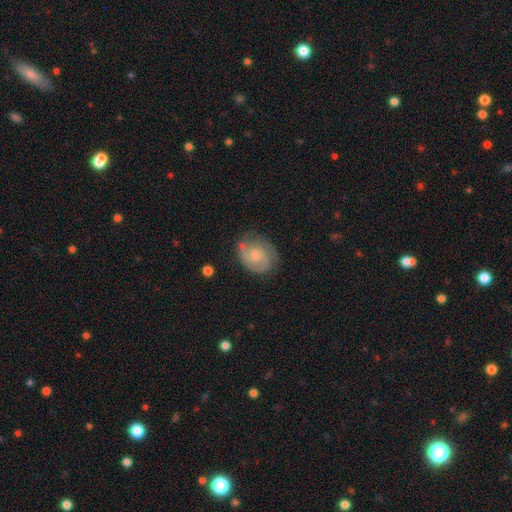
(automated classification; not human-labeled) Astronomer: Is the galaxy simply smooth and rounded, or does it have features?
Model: featured or disk — 71%.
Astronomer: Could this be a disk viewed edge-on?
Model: no — 98%.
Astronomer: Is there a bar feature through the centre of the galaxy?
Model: no — 69%.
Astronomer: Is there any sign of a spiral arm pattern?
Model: yes — 92%.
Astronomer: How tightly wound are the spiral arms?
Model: tight — 51% (runner-up: medium, 38%).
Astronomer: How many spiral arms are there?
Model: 2 — 60%.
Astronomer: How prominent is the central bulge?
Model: small — 54% (runner-up: moderate, 36%).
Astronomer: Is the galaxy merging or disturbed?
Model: none — 68%.